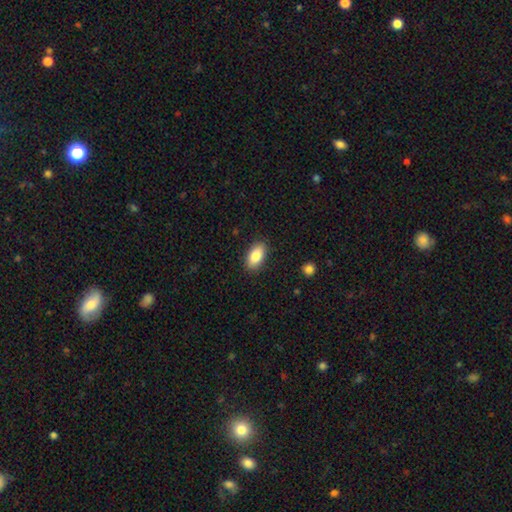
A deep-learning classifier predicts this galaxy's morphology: Smooth or featured? smooth (84%)
How rounded? in between (92%)
Merging? none (88%)